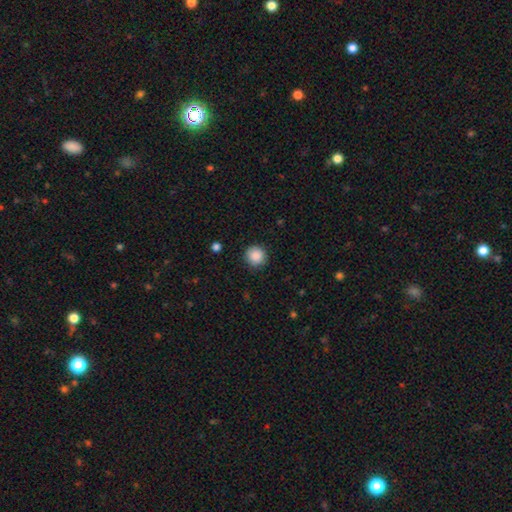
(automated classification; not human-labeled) Smooth or featured?
  - smooth: 88% *
  - star or artifact: 9%
  - featured or disk: 3%
How rounded?
  - round: 93% *
  - in between: 6%
  - cigar-shaped: 1%
Merging?
  - none: 90% *
  - minor disturbance: 7%
  - major disturbance: 2%
  - merger: 1%